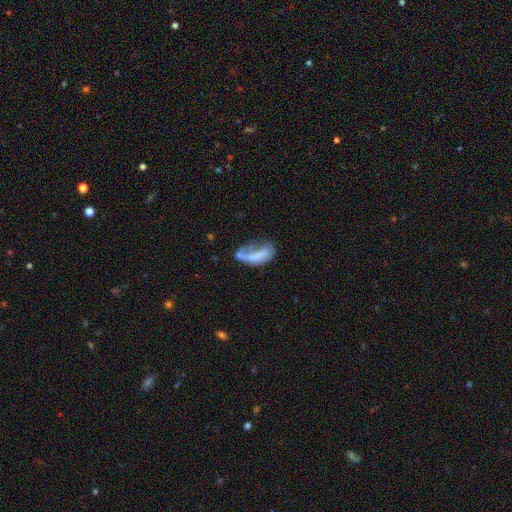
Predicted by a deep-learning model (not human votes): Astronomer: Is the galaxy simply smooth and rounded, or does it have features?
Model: smooth — 55% (runner-up: featured or disk, 36%).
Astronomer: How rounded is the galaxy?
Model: in between — 82%.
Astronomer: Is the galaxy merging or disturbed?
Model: major disturbance — 41% (runner-up: none, 24%).